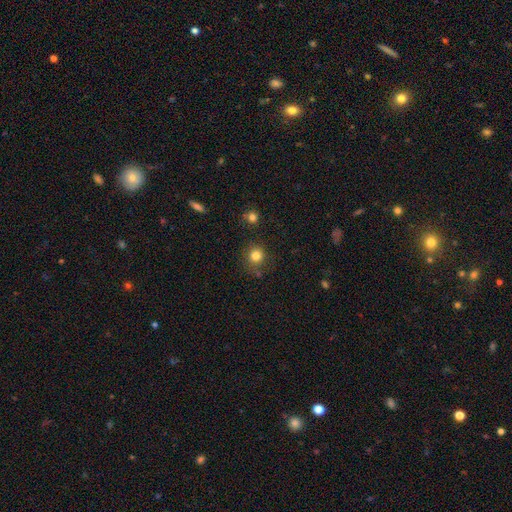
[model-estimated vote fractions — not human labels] This appears to be a smooth galaxy with no disk features (82%) that is round (90%). Merging: none (80%).